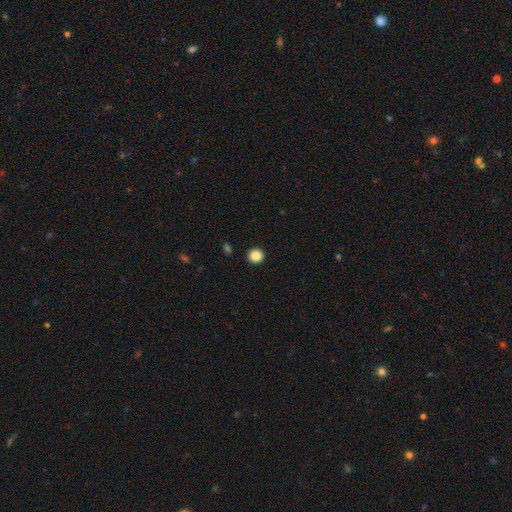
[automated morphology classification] Smooth or featured: smooth — 87% (star or artifact — 10%)
How rounded: round — 93% (in between — 6%)
Merging: none — 93% (minor disturbance — 4%)